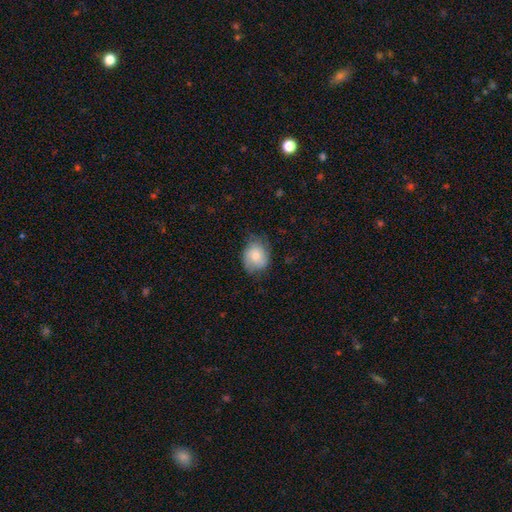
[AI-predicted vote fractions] smooth 69%, featured or disk 24%, star or artifact 7%. Down the decision tree: how rounded — round (53%); merging — none (64%).